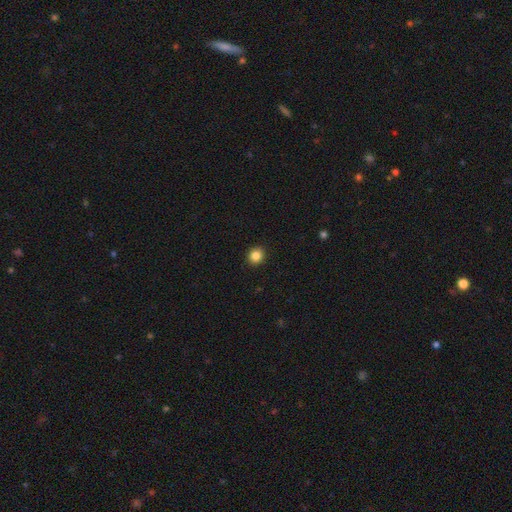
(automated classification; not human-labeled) smooth_or_featured: smooth (p=0.85) [alt: star or artifact p=0.11]
how_rounded: round (p=0.90) [alt: in between p=0.09]
merging: none (p=0.93) [alt: minor disturbance p=0.05]